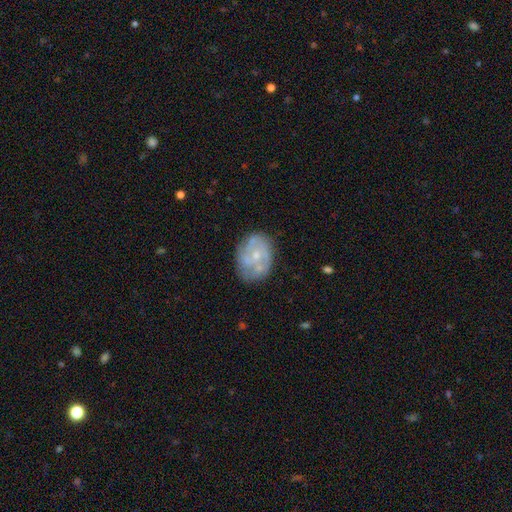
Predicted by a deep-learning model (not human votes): Morphology: type=featured or disk (66%); edge-on=no (97%); bar=no (79%); spiral arms=yes (64%); bulge=small (62%); merging=none (68%).